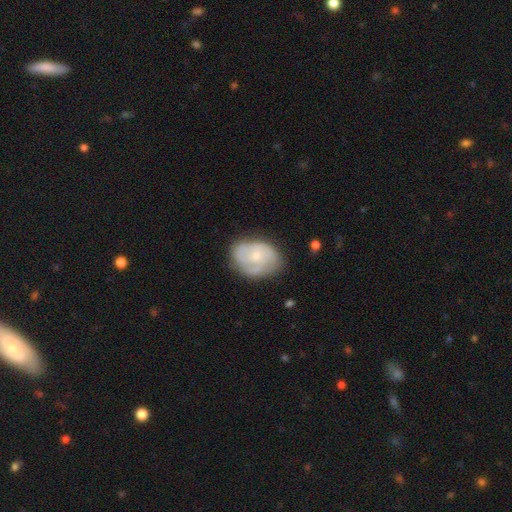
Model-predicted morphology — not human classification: Overall: featured or disk (63%; smooth 31%). Edge-on disk: no (97%). Bar: no (76%). Spiral arms: yes (80%). Bulge size: small (66%; moderate 29%). Merging: none (64%; minor disturbance 25%).